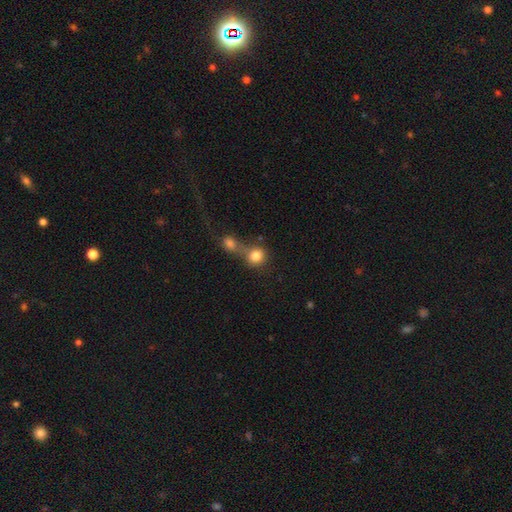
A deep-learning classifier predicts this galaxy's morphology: Smooth or featured?
  - smooth: 81% *
  - star or artifact: 10%
  - featured or disk: 9%
How rounded?
  - round: 84% *
  - in between: 15%
  - cigar-shaped: 1%
Merging?
  - merger: 55% *
  - none: 32%
  - minor disturbance: 7%
  - major disturbance: 6%